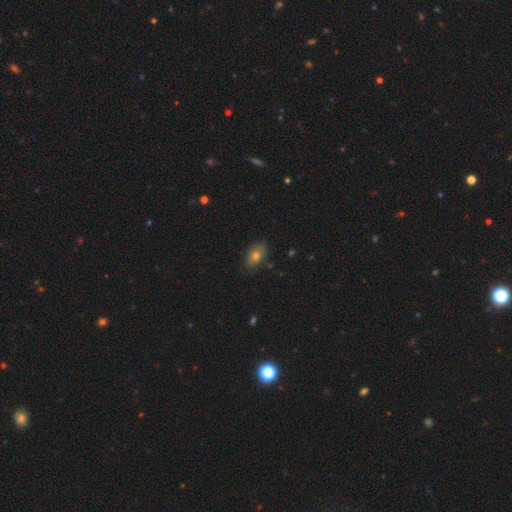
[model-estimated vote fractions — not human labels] This appears to be a smooth galaxy with no disk features (72%) that is in between round and cigar-shaped (86%). Merging: none (81%).